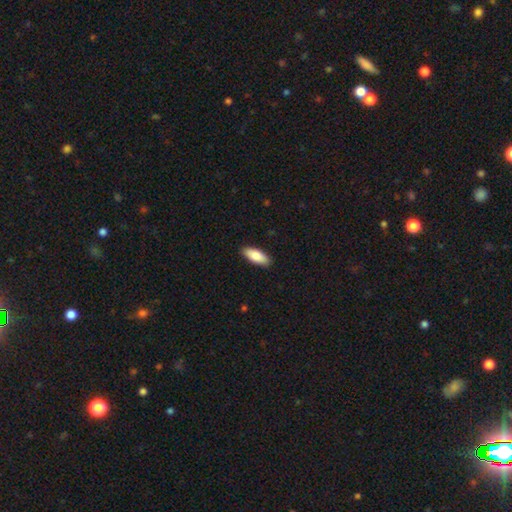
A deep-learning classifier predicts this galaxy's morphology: A smooth galaxy with no disk features (82%) that is in between round and cigar-shaped (78%).

Vote fractions:
- Smooth or featured? smooth: 82% / featured or disk: 12% / star or artifact: 6%
- How rounded? in between: 78% / cigar-shaped: 20% / round: 2%
- Merging? none: 89% / minor disturbance: 8% / major disturbance: 2% / merger: 1%